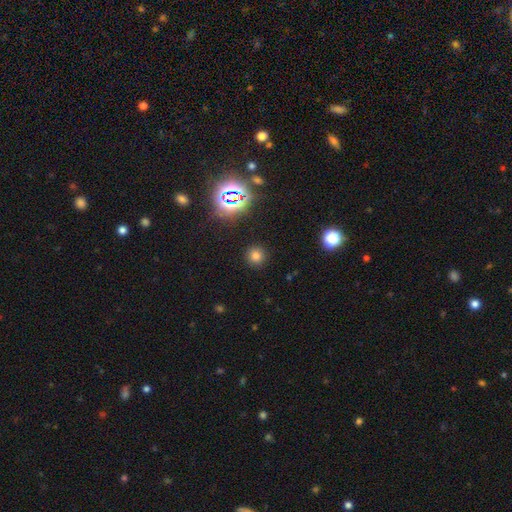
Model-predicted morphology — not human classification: type=smooth (72%); roundness=round (92%); merging=none (90%).